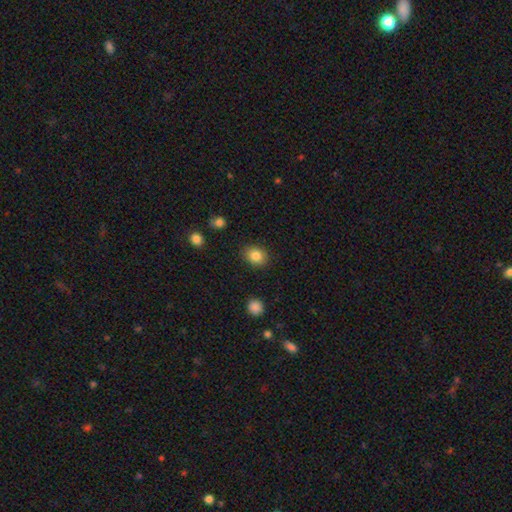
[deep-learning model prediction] Smooth or featured: smooth — 85% (star or artifact — 9%)
How rounded: round — 54% (in between — 46%)
Merging: none — 87% (minor disturbance — 9%)